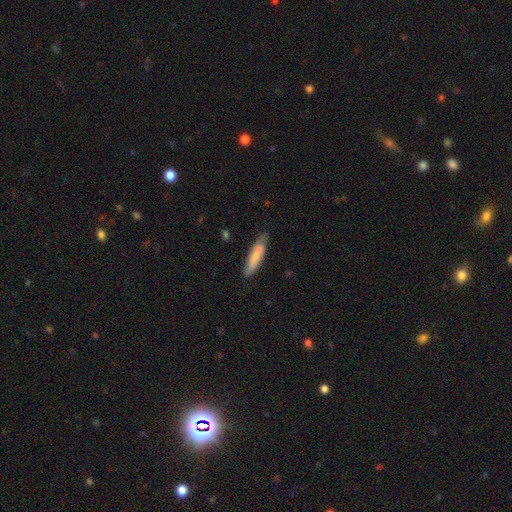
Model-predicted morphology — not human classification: Overall: smooth (77%). How rounded: cigar-shaped (76%). Merging: none (73%).